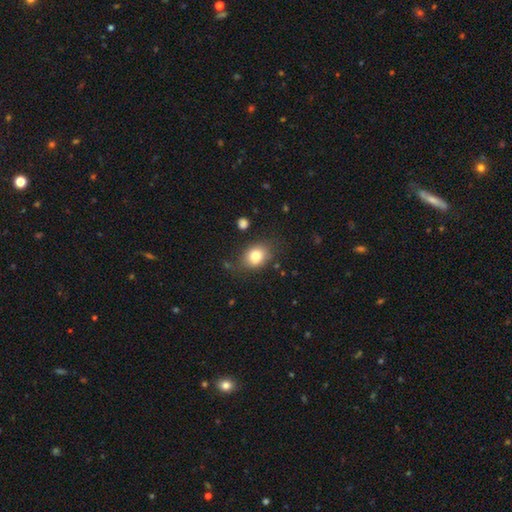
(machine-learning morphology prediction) smooth 80%, star or artifact 10%, featured or disk 10%. Down the decision tree: how rounded — round (50%); merging — none (77%).